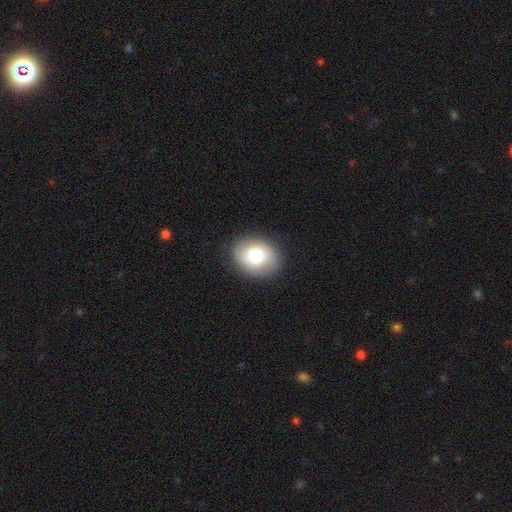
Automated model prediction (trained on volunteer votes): This appears to be a smooth galaxy with no disk features (69%) that is in between round and cigar-shaped (57%). Merging: none (86%).